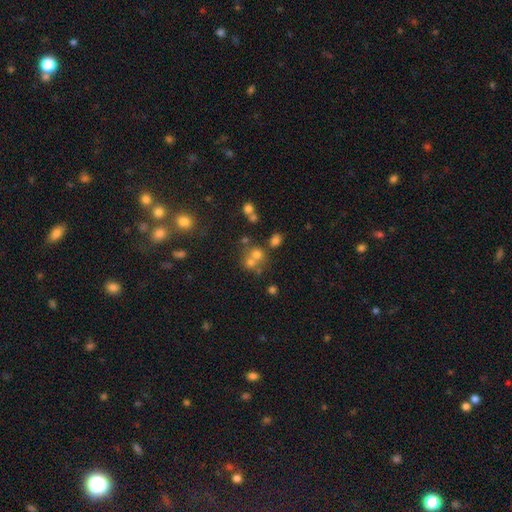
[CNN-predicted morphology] This appears to be a smooth galaxy with no disk features (55%) that is round (81%). Merging: none (49%).